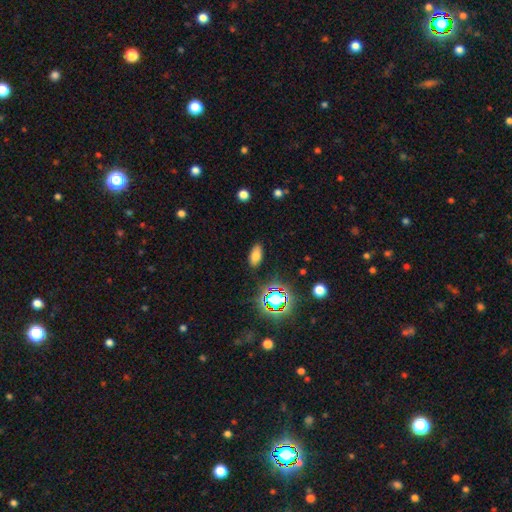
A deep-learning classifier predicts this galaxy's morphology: smooth 72%, star or artifact 18%, featured or disk 10%. Down the decision tree: how rounded — in between (88%); merging — none (86%).